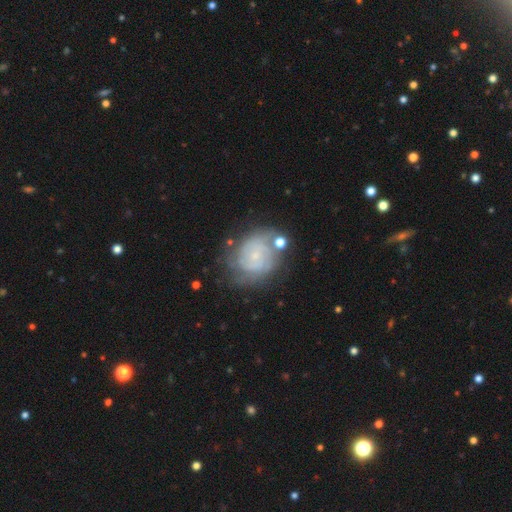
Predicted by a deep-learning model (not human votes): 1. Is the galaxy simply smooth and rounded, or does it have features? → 80% featured or disk, 13% smooth, 7% star or artifact.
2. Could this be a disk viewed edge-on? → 98% no, 2% yes.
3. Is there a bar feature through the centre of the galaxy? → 72% no, 24% weak, 4% strong.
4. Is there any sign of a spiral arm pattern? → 94% yes, 6% no.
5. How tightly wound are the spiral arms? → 66% tight, 26% medium, 7% loose.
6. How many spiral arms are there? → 33% 2, 32% can't tell, 17% 3, 8% 4, 5% more than 4, 5% 1.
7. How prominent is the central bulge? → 80% small, 11% moderate, 6% none, 1% large, 1% dominant.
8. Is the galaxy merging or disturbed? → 65% none, 19% minor disturbance, 9% major disturbance, 6% merger.